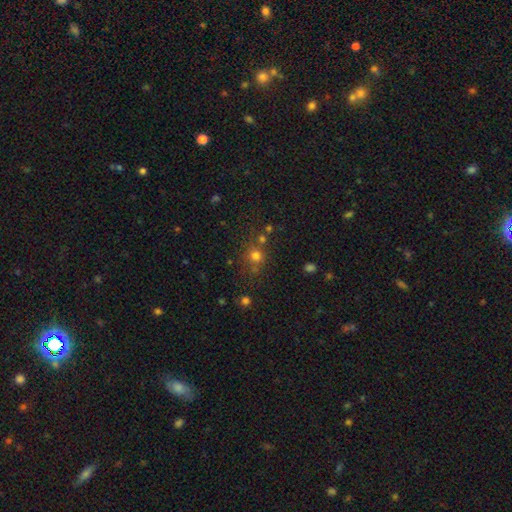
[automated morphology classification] Overall: smooth (72%). How rounded: round (88%). Merging: none (71%).